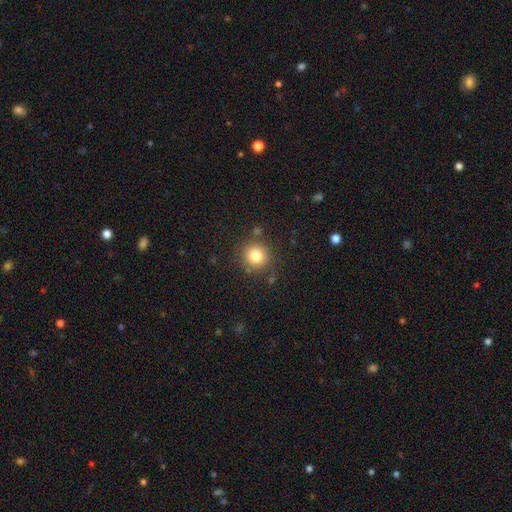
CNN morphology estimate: smooth 81%, star or artifact 12%, featured or disk 8%. Down the decision tree: how rounded — round (92%); merging — none (83%).